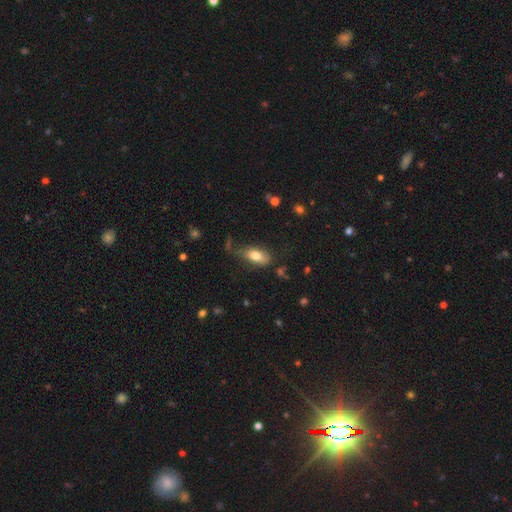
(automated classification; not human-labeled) Morphology: type=smooth (77%); roundness=in between (87%); merging=none (55%).